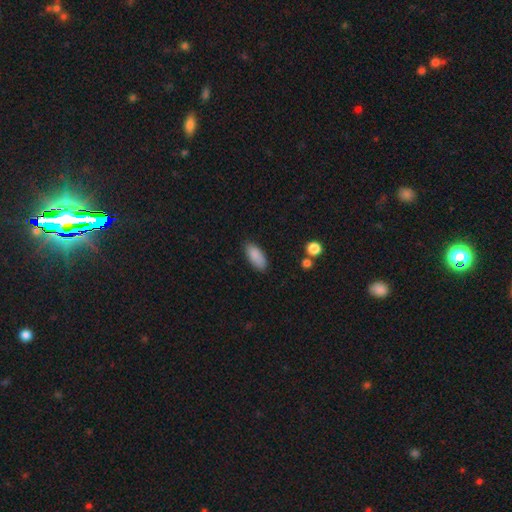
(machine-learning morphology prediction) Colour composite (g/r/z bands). It shows a smooth galaxy with no disk features (88%) that is in between round and cigar-shaped (85%). Merging: none (82%).